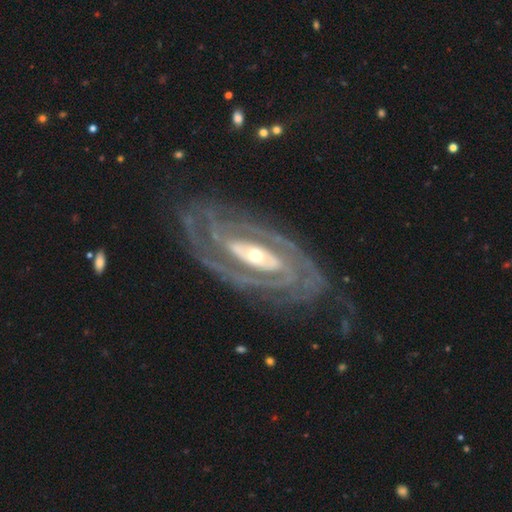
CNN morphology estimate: featured or disk 92%, star or artifact 4%, smooth 4%. Down the decision tree: edge-on disk — no (94%); bar — strong (38%); spiral arms — yes (97%); spiral arm count — 2 (53%); spiral winding — tight (72%); bulge size — small (52%); merging — none (76%).